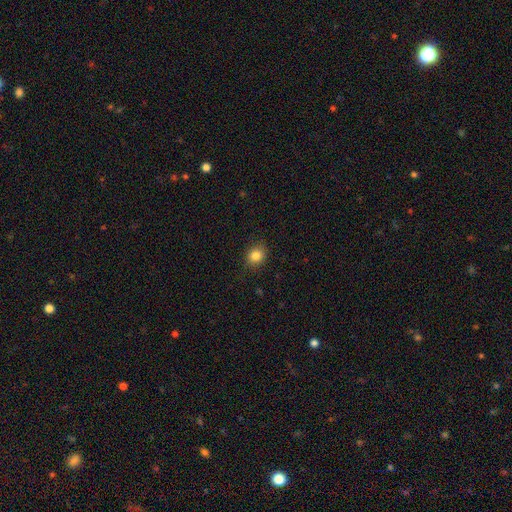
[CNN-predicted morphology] A smooth galaxy with no disk features (84%) that is round (71%). Merging: none (87%).